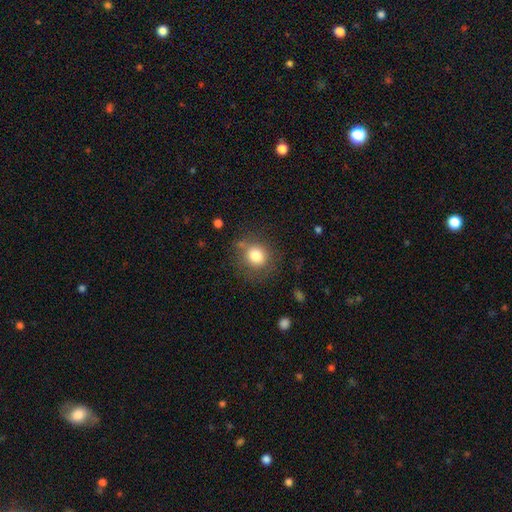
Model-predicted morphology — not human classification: This is clearly a smooth galaxy (80%). How rounded: clearly round (85%). Merging: likely none (71%).